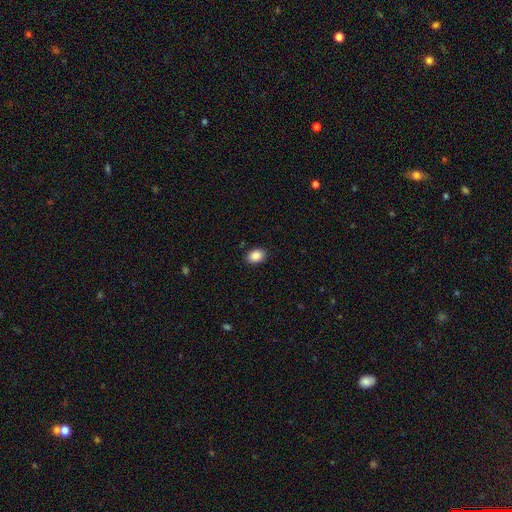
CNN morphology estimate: A smooth galaxy with no disk features (89%) that is in between round and cigar-shaped (75%).

Vote fractions:
- Smooth or featured? smooth: 89% / star or artifact: 8% / featured or disk: 3%
- How rounded? in between: 75% / round: 24% / cigar-shaped: 1%
- Merging? none: 89% / minor disturbance: 8% / major disturbance: 2% / merger: 1%